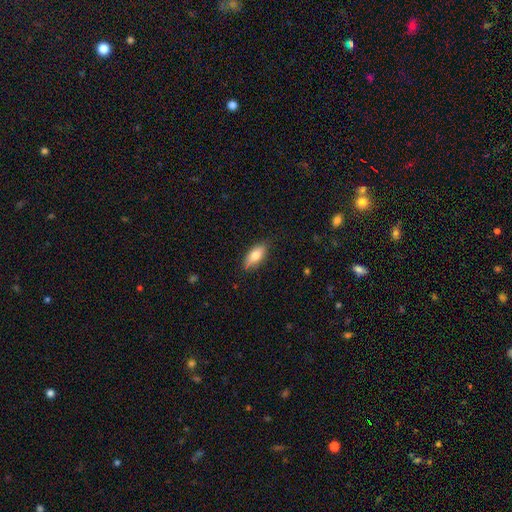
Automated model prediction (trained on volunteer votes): This is likely a smooth galaxy (73%). How rounded: likely in between (79%). Merging: clearly none (83%).